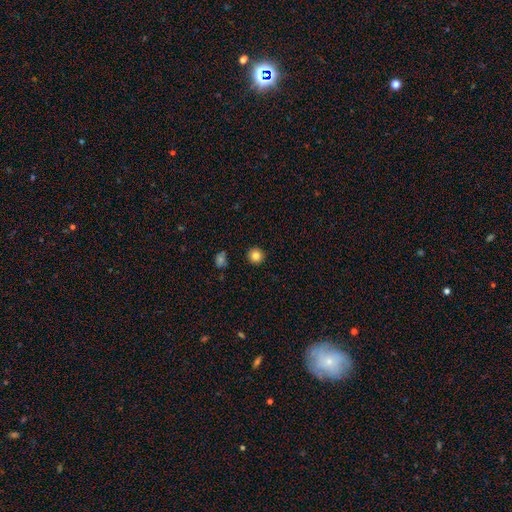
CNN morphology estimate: smooth-or-featured: smooth: 83% | star or artifact: 11% | featured or disk: 6%
  how-rounded: round: 95% | in between: 5% | cigar-shaped: 1%
  merging: none: 92% | minor disturbance: 5% | major disturbance: 2% | merger: 1%